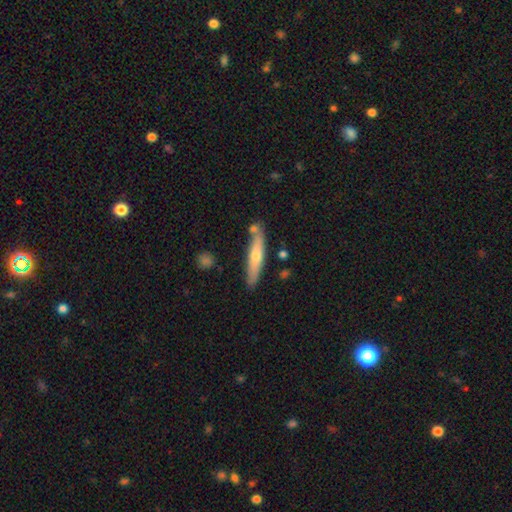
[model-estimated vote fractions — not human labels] Smooth or featured: smooth — 52% (featured or disk — 42%)
How rounded: cigar-shaped — 88% (in between — 11%)
Merging: none — 79% (minor disturbance — 12%)